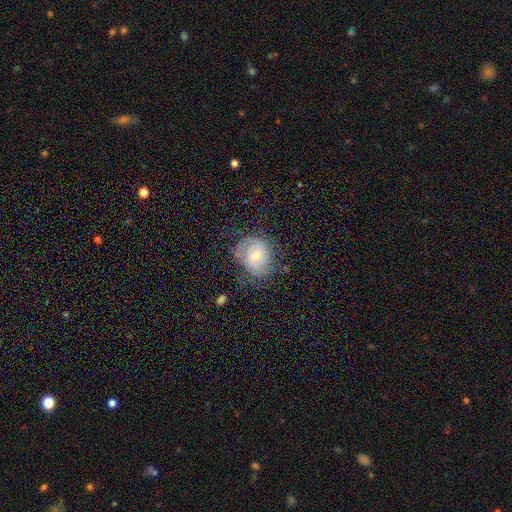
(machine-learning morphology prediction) Smooth or featured? featured or disk (55%)
Edge-on disk? no (97%)
Bar? no (56%)
Spiral arms? yes (76%)
Bulge size? small (49%)
Merging? none (54%)